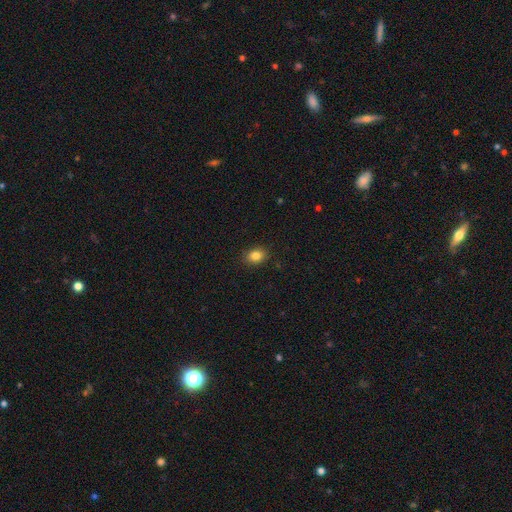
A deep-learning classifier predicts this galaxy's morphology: type=smooth (84%); roundness=in between (55%); merging=none (89%).